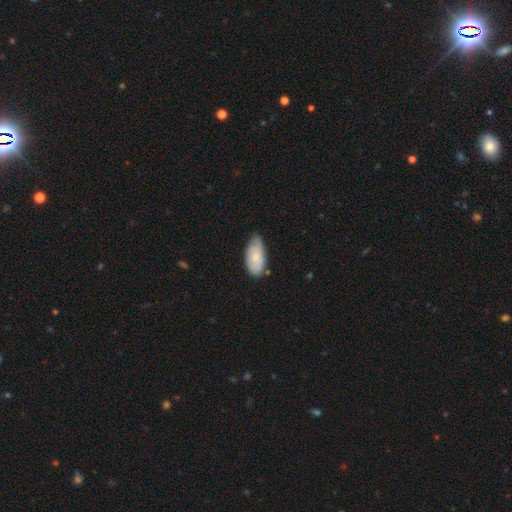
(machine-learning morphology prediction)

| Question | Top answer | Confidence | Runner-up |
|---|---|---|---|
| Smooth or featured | smooth | 74% | featured or disk (21%) |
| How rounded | in between | 94% | cigar-shaped (3%) |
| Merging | none | 50% | minor disturbance (41%) |